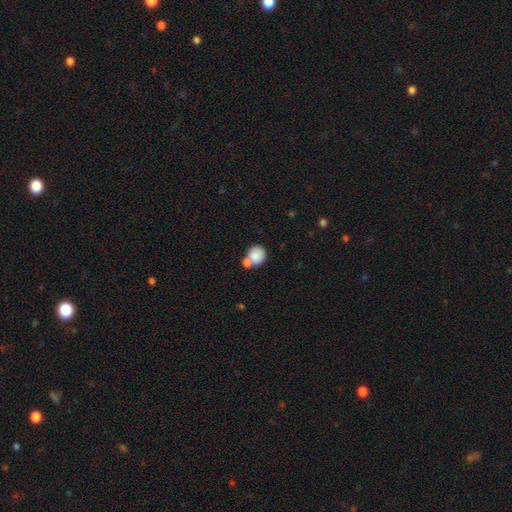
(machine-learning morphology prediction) Smooth or featured? Predicted: smooth (p=0.84). How rounded? Predicted: round (p=0.83). Merging? Predicted: none (p=0.47).